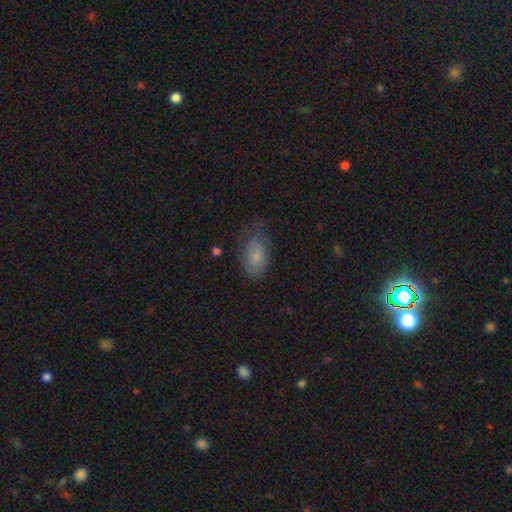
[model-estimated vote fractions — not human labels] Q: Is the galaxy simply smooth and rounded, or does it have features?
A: smooth — 73%.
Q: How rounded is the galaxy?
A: in between — 91%.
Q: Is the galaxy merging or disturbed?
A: none — 52%.